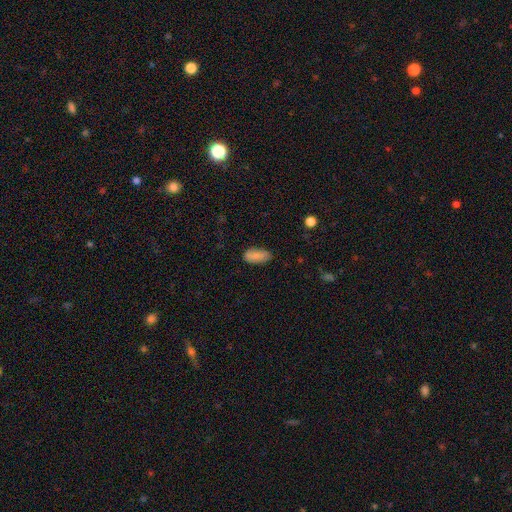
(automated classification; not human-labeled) The model was most divided on "merging": none: 77%, minor disturbance: 18%, major disturbance: 3%, merger: 1%. More confident: how rounded — in between (90%); smooth or featured — smooth (84%).